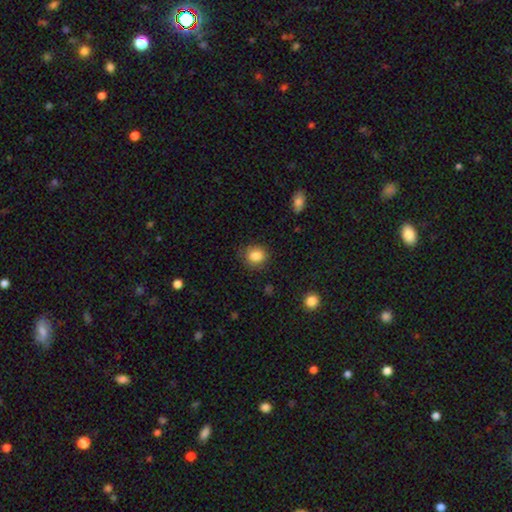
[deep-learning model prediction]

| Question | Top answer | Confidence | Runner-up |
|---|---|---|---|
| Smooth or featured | smooth | 85% | star or artifact (10%) |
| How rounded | round | 73% | in between (26%) |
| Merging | none | 80% | minor disturbance (15%) |